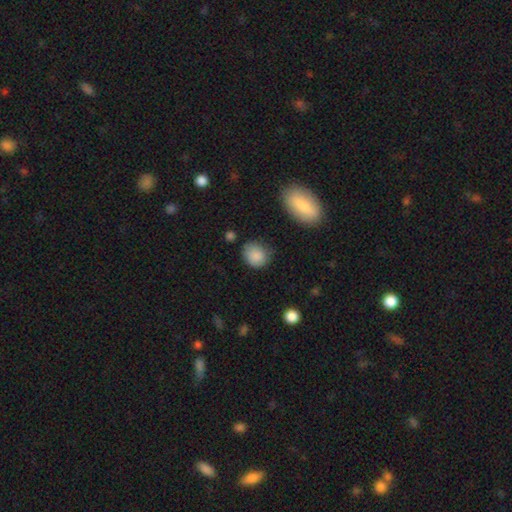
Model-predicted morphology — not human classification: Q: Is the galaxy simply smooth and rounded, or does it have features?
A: smooth — 85%.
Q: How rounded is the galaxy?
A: round — 70%.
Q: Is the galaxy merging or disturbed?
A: none — 70%.